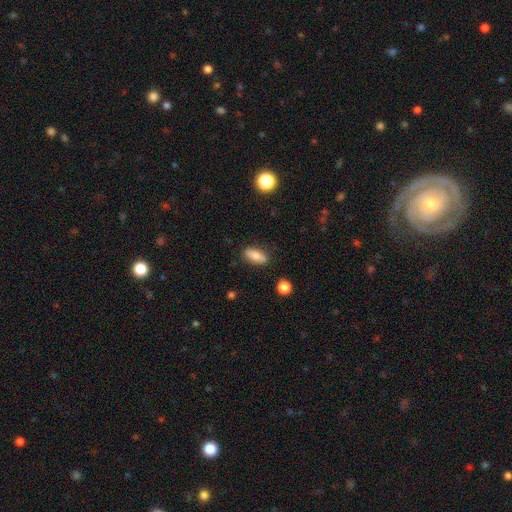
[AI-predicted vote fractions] Q: Smooth or featured?
A: smooth (76%); runner-up: featured or disk (16%)
Q: How rounded?
A: in between (79%); runner-up: cigar-shaped (17%)
Q: Merging?
A: none (84%); runner-up: minor disturbance (12%)